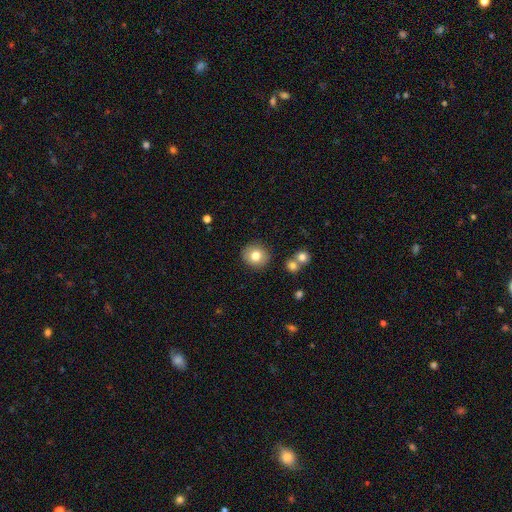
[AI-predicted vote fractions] A smooth galaxy with no disk features (78%) that is round (86%).

Vote fractions:
- Smooth or featured? smooth: 78% / featured or disk: 12% / star or artifact: 10%
- How rounded? round: 86% / in between: 13% / cigar-shaped: 1%
- Merging? none: 86% / minor disturbance: 8% / merger: 4% / major disturbance: 2%